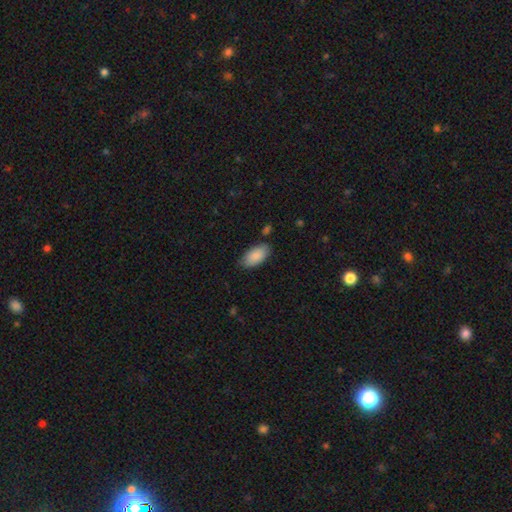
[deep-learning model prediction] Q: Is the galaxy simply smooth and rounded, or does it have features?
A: smooth — 88%.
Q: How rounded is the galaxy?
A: in between — 94%.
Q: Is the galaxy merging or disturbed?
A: none — 78%.